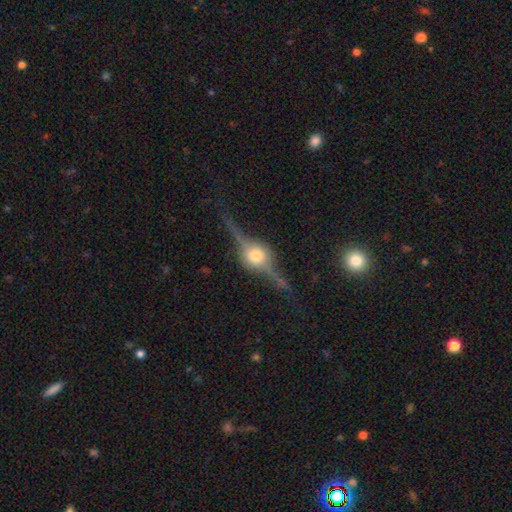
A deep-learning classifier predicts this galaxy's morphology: smooth-or-featured: featured or disk: 86% | smooth: 8% | star or artifact: 6%
  disk-edge-on: yes: 97% | no: 3%
    edge-on-bulge: rounded: 94% | boxy: 4% | none: 1%
  merging: none: 80% | minor disturbance: 14% | major disturbance: 4% | merger: 2%